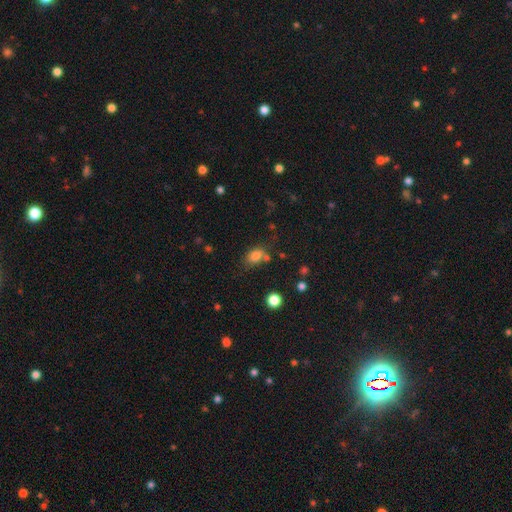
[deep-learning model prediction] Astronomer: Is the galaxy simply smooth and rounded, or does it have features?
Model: smooth — 80%.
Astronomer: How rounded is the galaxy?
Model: in between — 77%.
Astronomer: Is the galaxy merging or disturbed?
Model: none — 63%.